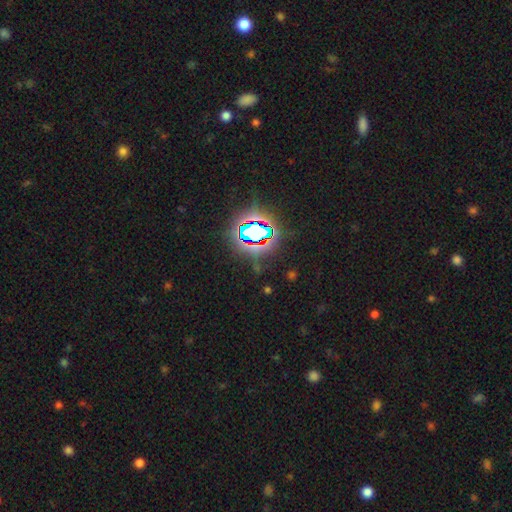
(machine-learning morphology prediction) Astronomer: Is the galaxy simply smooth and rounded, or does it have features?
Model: star or artifact — 82%.